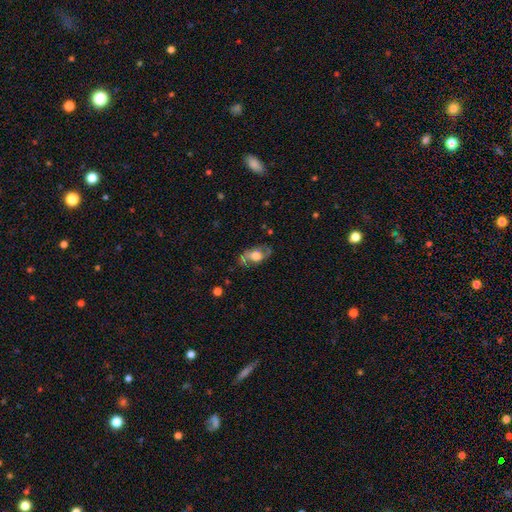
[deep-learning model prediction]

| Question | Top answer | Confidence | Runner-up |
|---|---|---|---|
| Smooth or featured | featured or disk | 56% | smooth (36%) |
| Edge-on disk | no | 84% | yes (16%) |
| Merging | none | 62% | minor disturbance (23%) |